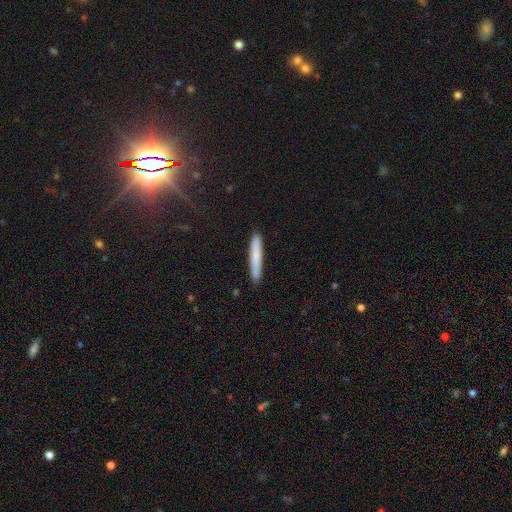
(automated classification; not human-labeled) smooth 76%, featured or disk 17%, star or artifact 6%. Down the decision tree: how rounded — cigar-shaped (94%); merging — none (89%).